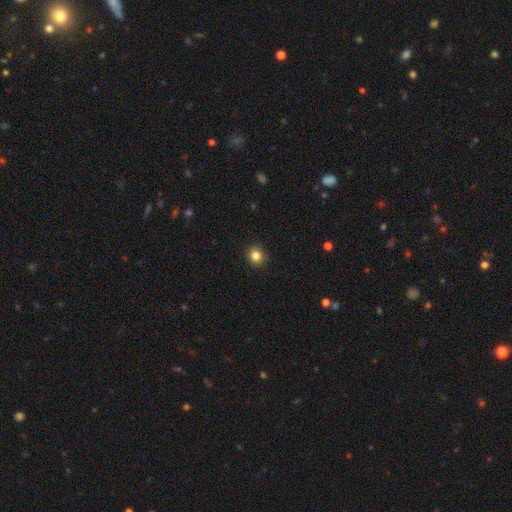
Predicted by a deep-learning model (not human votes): The model was most divided on "smooth or featured": smooth: 84%, star or artifact: 11%, featured or disk: 5%. More confident: merging — none (92%); how rounded — round (87%).